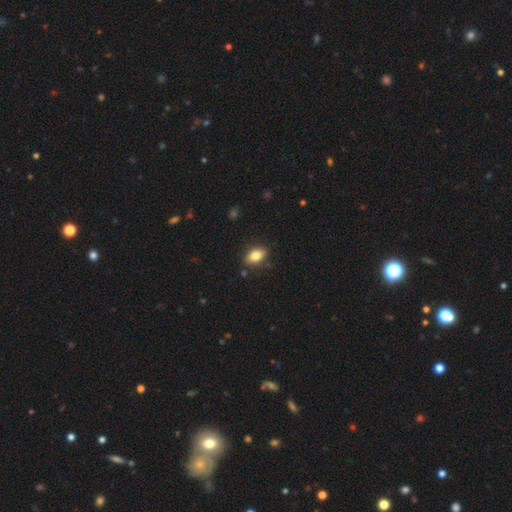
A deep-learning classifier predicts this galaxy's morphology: smooth-or-featured: smooth: 83% | featured or disk: 9% | star or artifact: 8%
  how-rounded: in between: 88% | round: 10% | cigar-shaped: 2%
  merging: none: 85% | minor disturbance: 11% | major disturbance: 2% | merger: 2%